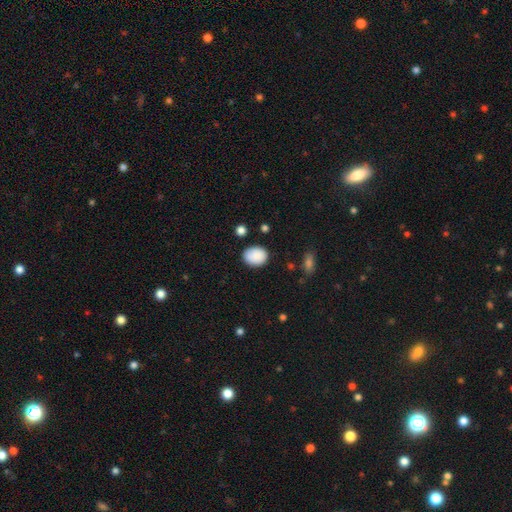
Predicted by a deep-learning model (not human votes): Smooth or featured? Predicted: smooth (p=0.89). How rounded? Predicted: in between (p=0.56). Merging? Predicted: none (p=0.83).